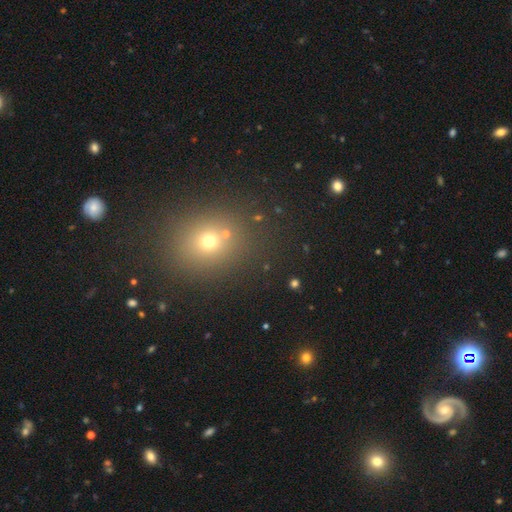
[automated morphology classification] Smooth or featured? smooth (54%)
How rounded? round (65%)
Merging? none (84%)